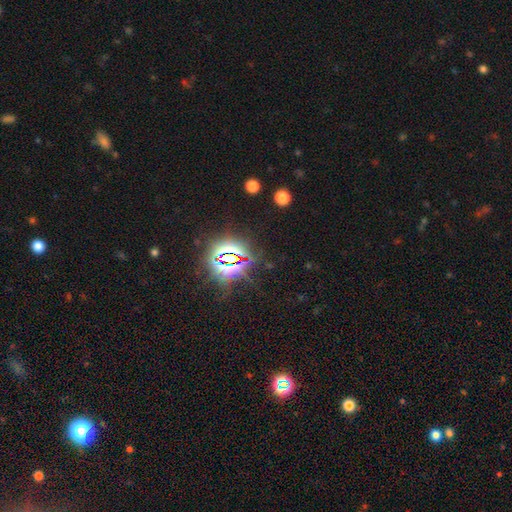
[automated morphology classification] smooth-or-featured: star or artifact: 83% | smooth: 10% | featured or disk: 7%